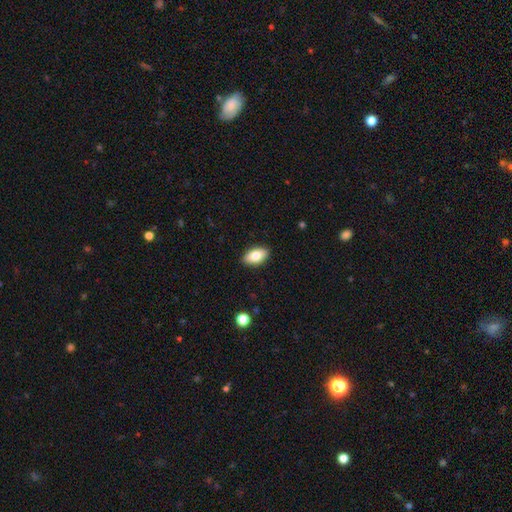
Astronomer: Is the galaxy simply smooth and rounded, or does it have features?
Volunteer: smooth — 82%.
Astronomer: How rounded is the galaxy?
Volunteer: in between — 97%.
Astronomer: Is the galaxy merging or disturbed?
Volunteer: none — 84%.